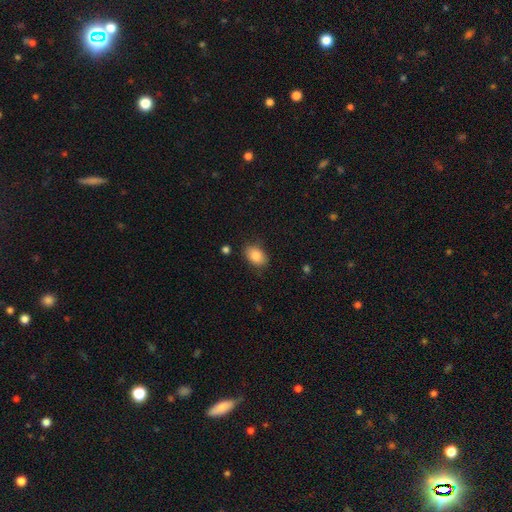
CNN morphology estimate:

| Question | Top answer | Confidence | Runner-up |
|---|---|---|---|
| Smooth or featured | smooth | 85% | star or artifact (8%) |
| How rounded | in between | 81% | round (18%) |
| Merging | none | 82% | minor disturbance (13%) |